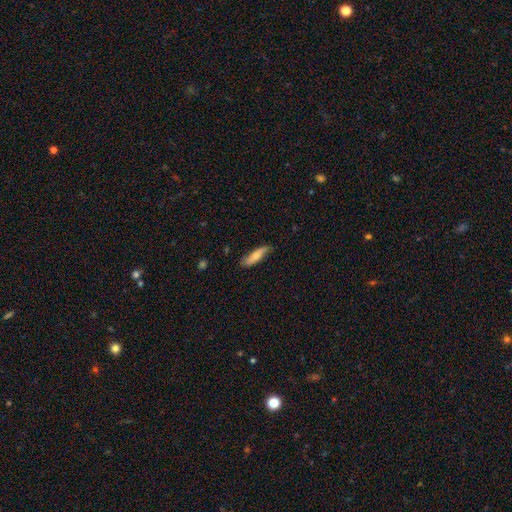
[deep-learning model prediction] Smooth or featured? smooth (64%)
How rounded? cigar-shaped (69%)
Merging? none (74%)